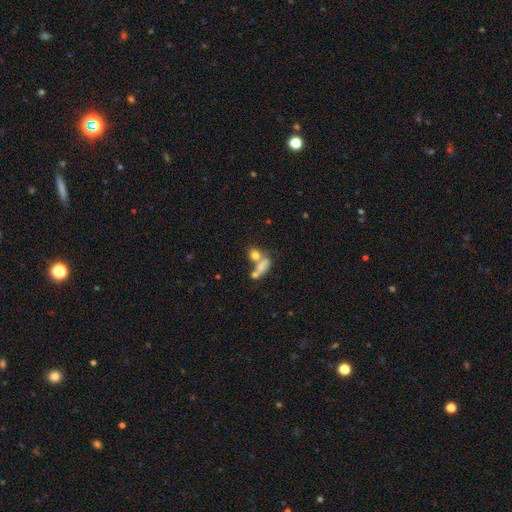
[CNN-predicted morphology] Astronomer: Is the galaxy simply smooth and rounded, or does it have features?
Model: smooth — 52% (runner-up: featured or disk, 28%).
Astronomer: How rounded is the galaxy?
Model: in between — 51% (runner-up: round, 36%).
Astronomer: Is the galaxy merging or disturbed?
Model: merger — 52% (runner-up: none, 32%).